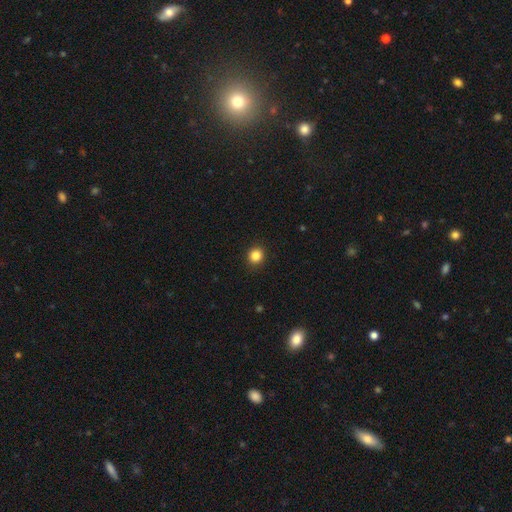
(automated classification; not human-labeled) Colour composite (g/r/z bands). It shows a smooth galaxy with no disk features (85%) that is round (87%). Merging: none (92%).